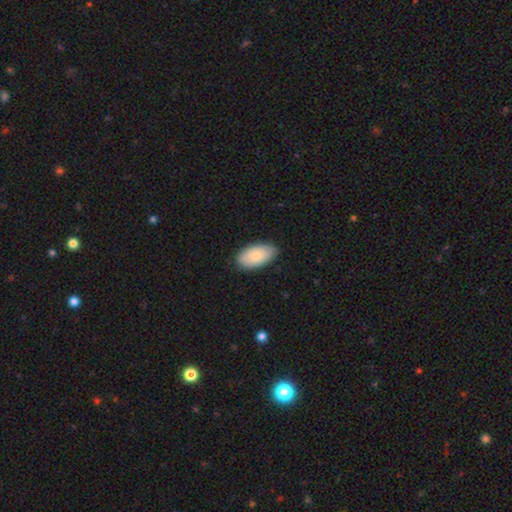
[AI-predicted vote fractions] A smooth galaxy with no disk features (83%) that is in between round and cigar-shaped (95%).

Vote fractions:
- Smooth or featured? smooth: 83% / featured or disk: 11% / star or artifact: 6%
- How rounded? in between: 95% / round: 3% / cigar-shaped: 2%
- Merging? none: 82% / minor disturbance: 14% / major disturbance: 2% / merger: 1%